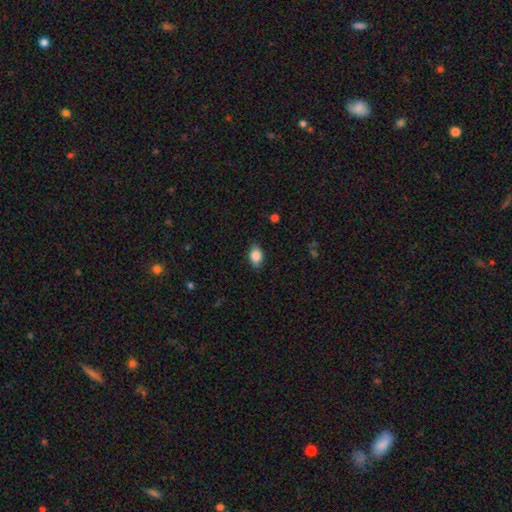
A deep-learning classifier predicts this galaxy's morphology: A smooth galaxy with no disk features (85%) that is in between round and cigar-shaped (85%). Merging: none (83%).